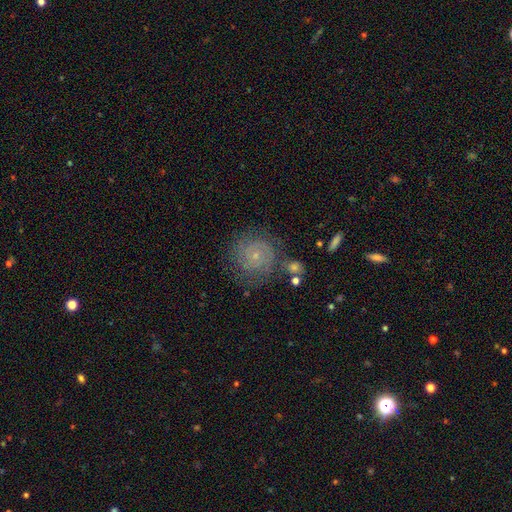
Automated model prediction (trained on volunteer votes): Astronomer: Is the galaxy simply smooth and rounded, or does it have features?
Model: featured or disk — 63%.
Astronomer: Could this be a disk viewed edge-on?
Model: no — 97%.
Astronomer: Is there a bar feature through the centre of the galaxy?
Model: no — 80%.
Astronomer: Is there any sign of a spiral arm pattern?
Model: yes — 87%.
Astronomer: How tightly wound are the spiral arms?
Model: tight — 70%.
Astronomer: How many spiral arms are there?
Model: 2 — 38% (runner-up: can't tell, 37%).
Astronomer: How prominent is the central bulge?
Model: small — 79%.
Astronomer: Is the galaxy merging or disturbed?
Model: none — 74%.